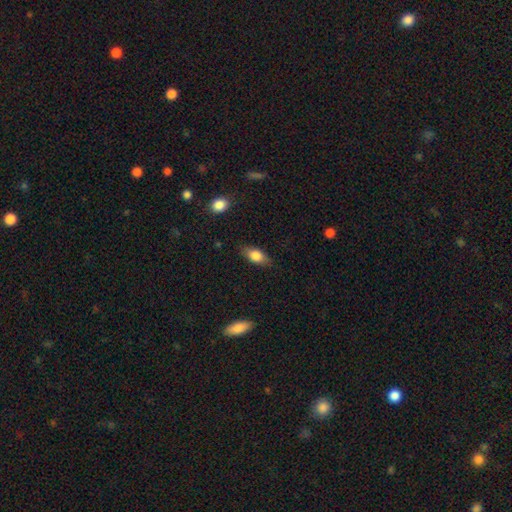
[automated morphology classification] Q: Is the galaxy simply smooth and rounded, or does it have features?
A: smooth — 79%.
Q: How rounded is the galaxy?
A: in between — 85%.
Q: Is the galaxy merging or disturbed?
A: none — 82%.